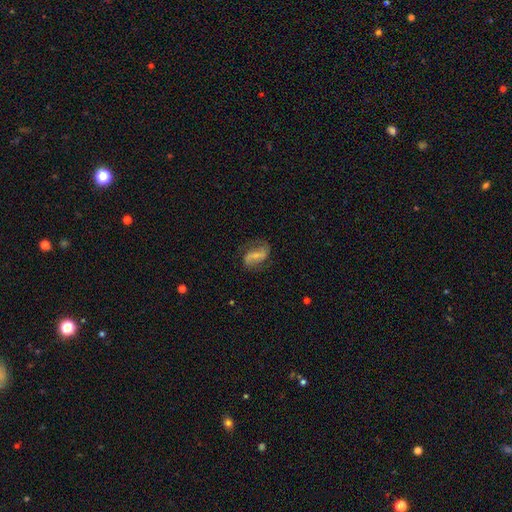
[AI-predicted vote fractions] Smooth or featured: featured or disk — 71% (smooth — 21%)
Edge-on disk: no — 96% (yes — 4%)
Bar: strong — 44% (weak — 36%)
Spiral arms: yes — 88% (no — 12%)
Spiral winding: loose — 49% (medium — 38%)
Spiral arm count: 2 — 85% (can't tell — 6%)
Bulge size: small — 57% (moderate — 22%)
Merging: none — 63% (minor disturbance — 20%)